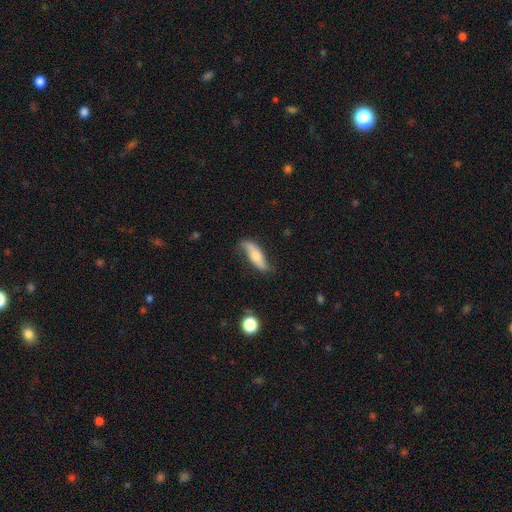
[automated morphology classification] Smooth or featured: featured or disk — 55% (smooth — 38%)
Edge-on disk: no — 62% (yes — 38%)
Merging: none — 69% (minor disturbance — 23%)